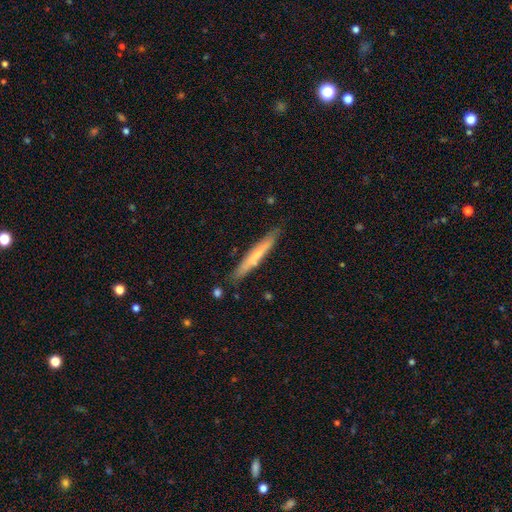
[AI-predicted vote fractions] smooth-or-featured: smooth: 56% | featured or disk: 38% | star or artifact: 6%
  how-rounded: cigar-shaped: 95% | in between: 4% | round: 1%
  merging: none: 85% | minor disturbance: 11% | merger: 2% | major disturbance: 2%